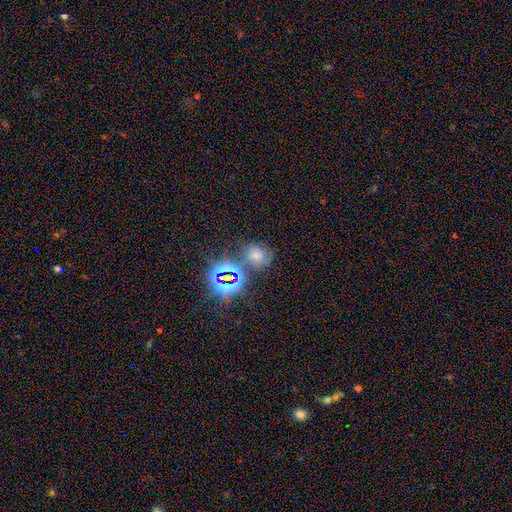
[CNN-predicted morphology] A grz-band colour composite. It shows a star or artifact, not a galaxy (54%).